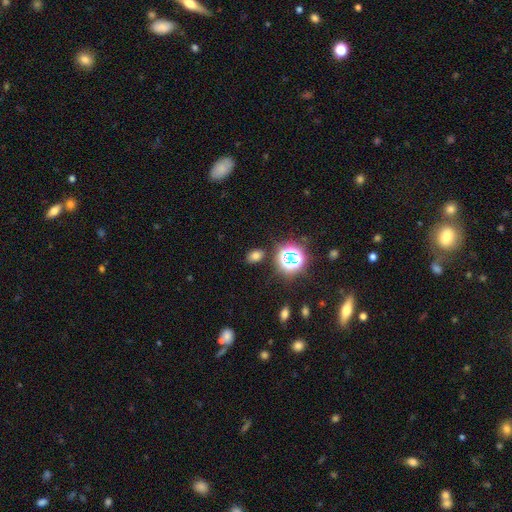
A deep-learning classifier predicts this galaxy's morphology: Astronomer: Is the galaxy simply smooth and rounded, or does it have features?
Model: smooth — 65%.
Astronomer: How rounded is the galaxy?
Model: in between — 75%.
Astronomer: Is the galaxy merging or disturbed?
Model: none — 84%.